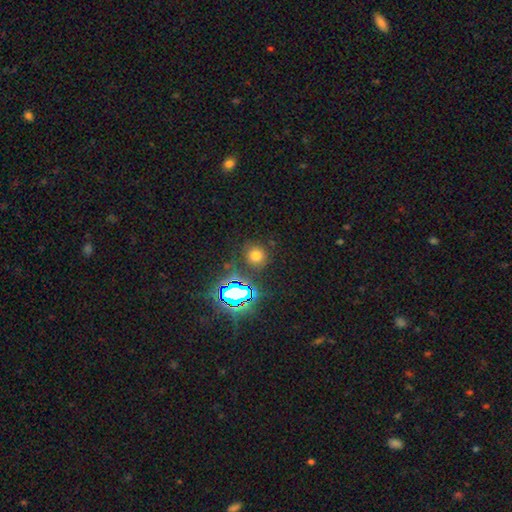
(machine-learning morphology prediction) smooth 65%, star or artifact 28%, featured or disk 7%. Down the decision tree: how rounded — round (89%); merging — none (83%).